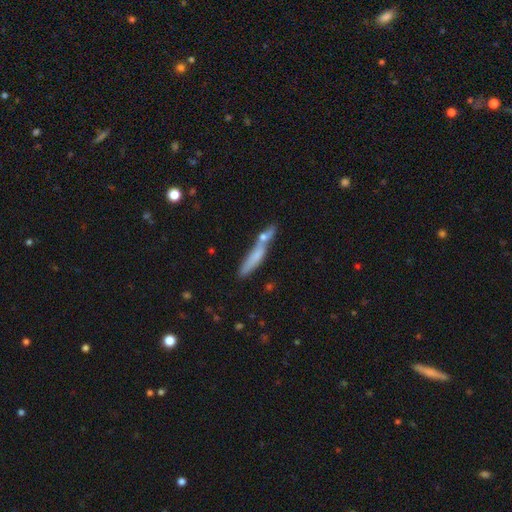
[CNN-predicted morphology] A smooth galaxy with no disk features (61%) that is cigar-shaped (90%).

Vote fractions:
- Smooth or featured? smooth: 61% / featured or disk: 31% / star or artifact: 8%
- How rounded? cigar-shaped: 90% / in between: 8% / round: 2%
- Merging? none: 56% / merger: 24% / minor disturbance: 15% / major disturbance: 5%